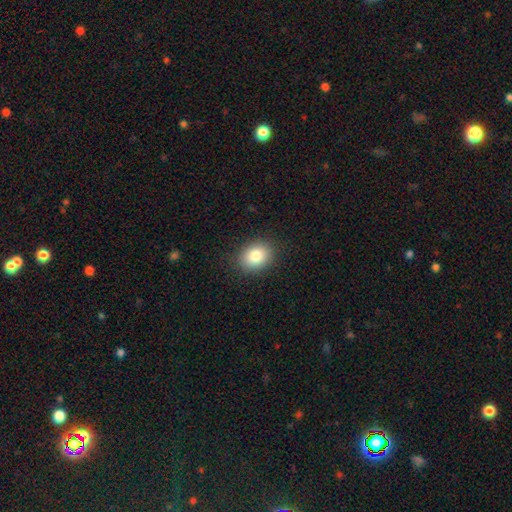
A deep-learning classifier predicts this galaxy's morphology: smooth 83%, star or artifact 9%, featured or disk 8%. Down the decision tree: how rounded — in between (54%); merging — none (88%).